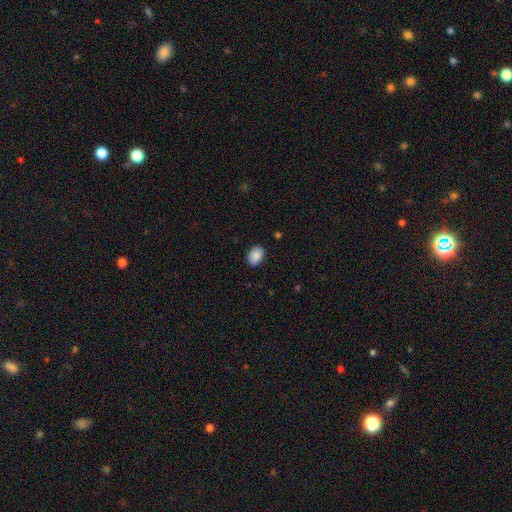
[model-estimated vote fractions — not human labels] Smooth or featured?
  - smooth: 89% *
  - star or artifact: 7%
  - featured or disk: 4%
How rounded?
  - in between: 78% *
  - round: 21%
  - cigar-shaped: 1%
Merging?
  - none: 88% *
  - minor disturbance: 9%
  - major disturbance: 2%
  - merger: 1%